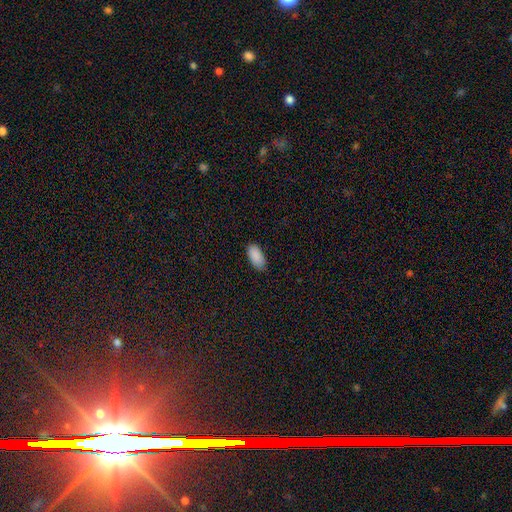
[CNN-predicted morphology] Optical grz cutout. It shows a smooth galaxy with no disk features (90%) that is in between round and cigar-shaped (93%). Merging: none (86%).